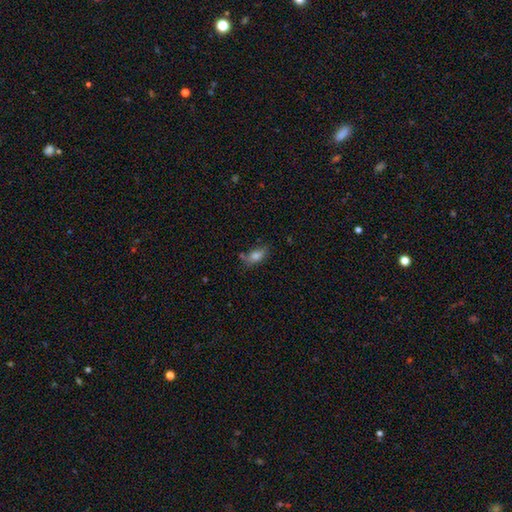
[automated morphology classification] A smooth galaxy with no disk features (76%) that is in between round and cigar-shaped (84%). Merging: none (66%).